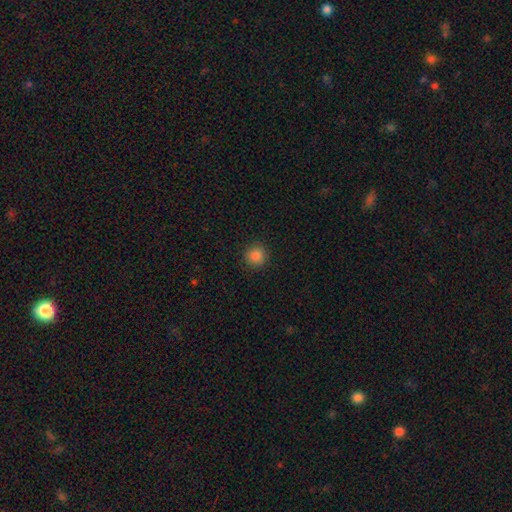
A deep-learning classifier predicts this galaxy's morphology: This appears to be a smooth galaxy with no disk features (86%) that is round (94%). Merging: none (91%).